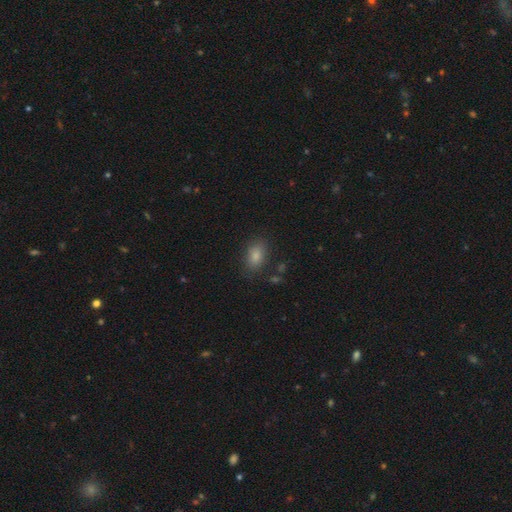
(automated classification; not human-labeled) smooth 84%, star or artifact 9%, featured or disk 7%. Down the decision tree: how rounded — in between (87%); merging — none (78%).